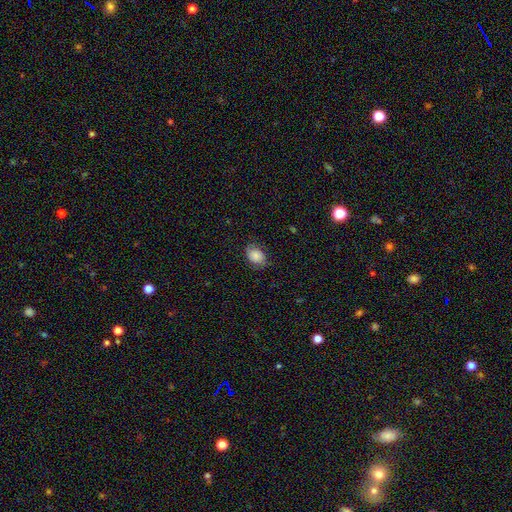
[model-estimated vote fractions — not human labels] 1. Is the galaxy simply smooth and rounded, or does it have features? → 79% smooth, 12% featured or disk, 8% star or artifact.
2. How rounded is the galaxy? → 72% in between, 27% round, 1% cigar-shaped.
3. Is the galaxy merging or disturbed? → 71% none, 21% minor disturbance, 6% major disturbance, 1% merger.